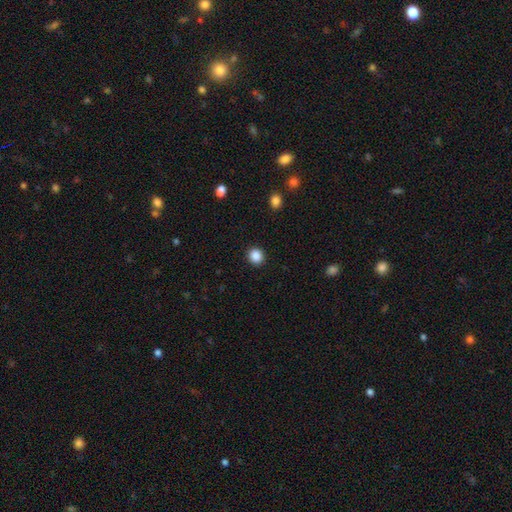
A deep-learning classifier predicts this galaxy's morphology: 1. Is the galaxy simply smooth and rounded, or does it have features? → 87% smooth, 10% star or artifact, 3% featured or disk.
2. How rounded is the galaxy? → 86% round, 13% in between, 1% cigar-shaped.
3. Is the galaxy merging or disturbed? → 91% none, 5% minor disturbance, 2% major disturbance, 1% merger.